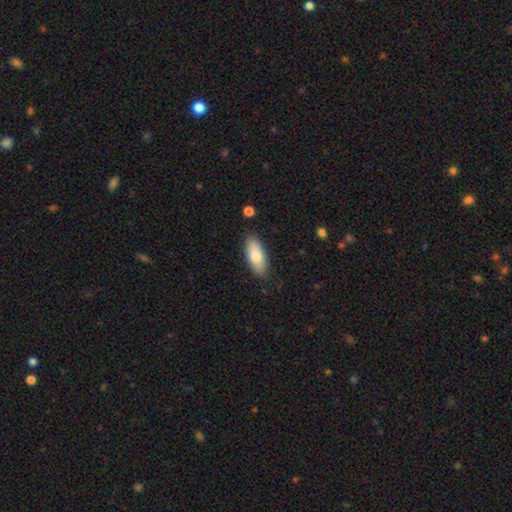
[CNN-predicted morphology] smooth 78%, featured or disk 16%, star or artifact 6%. Down the decision tree: how rounded — in between (83%); merging — none (84%).